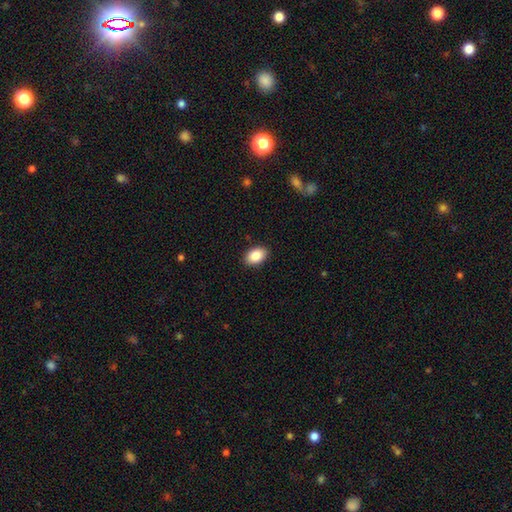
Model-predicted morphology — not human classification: Smooth or featured? smooth (87%)
How rounded? in between (88%)
Merging? none (90%)